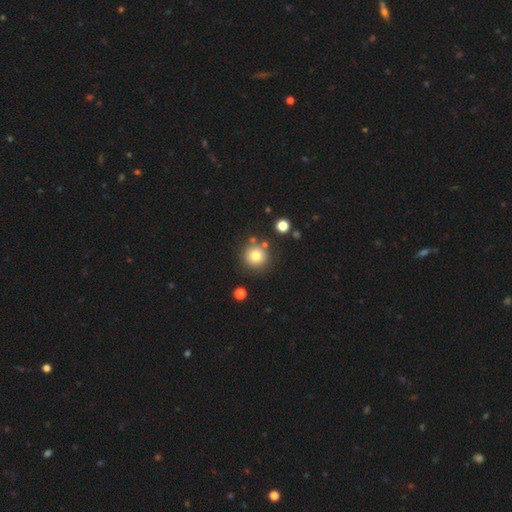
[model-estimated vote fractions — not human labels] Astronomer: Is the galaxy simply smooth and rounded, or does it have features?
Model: smooth — 78%.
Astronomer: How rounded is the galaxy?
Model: round — 93%.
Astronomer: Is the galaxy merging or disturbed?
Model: none — 81%.